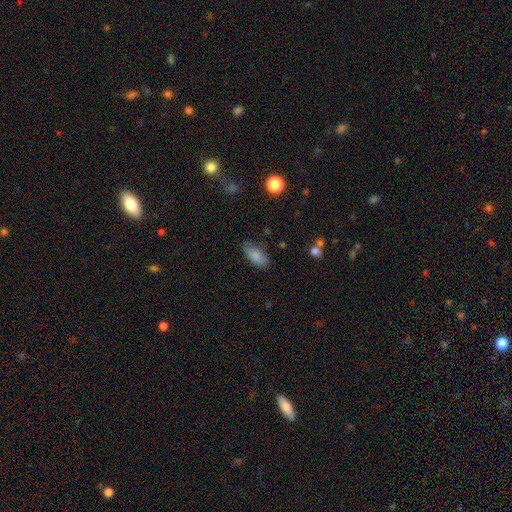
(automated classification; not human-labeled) Smooth or featured: smooth — 83% (featured or disk — 9%)
How rounded: in between — 85% (cigar-shaped — 12%)
Merging: none — 75% (minor disturbance — 19%)